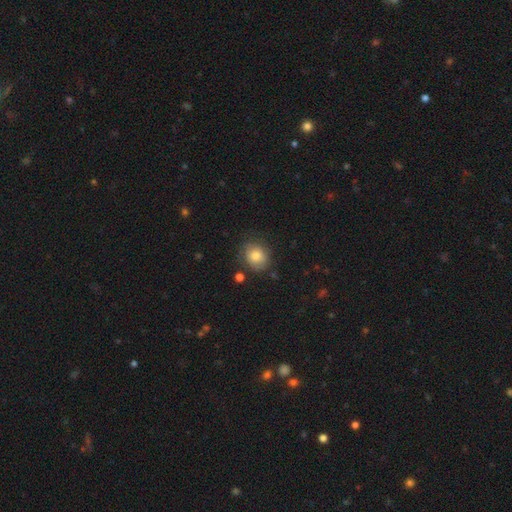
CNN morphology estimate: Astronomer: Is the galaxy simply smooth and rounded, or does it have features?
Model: smooth — 78%.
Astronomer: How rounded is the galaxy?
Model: round — 71%.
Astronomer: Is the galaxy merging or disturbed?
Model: none — 72%.